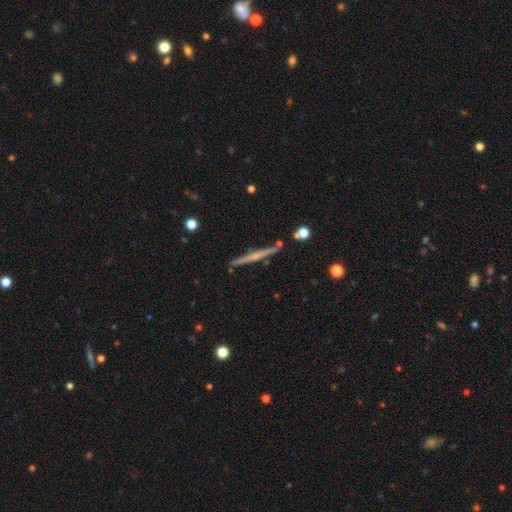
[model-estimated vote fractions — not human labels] Q: Smooth or featured?
A: featured or disk (63%); runner-up: smooth (31%)
Q: Edge-on disk?
A: yes (98%); runner-up: no (2%)
Q: Edge-on bulge?
A: none (58%); runner-up: rounded (31%)
Q: Merging?
A: none (89%); runner-up: minor disturbance (8%)